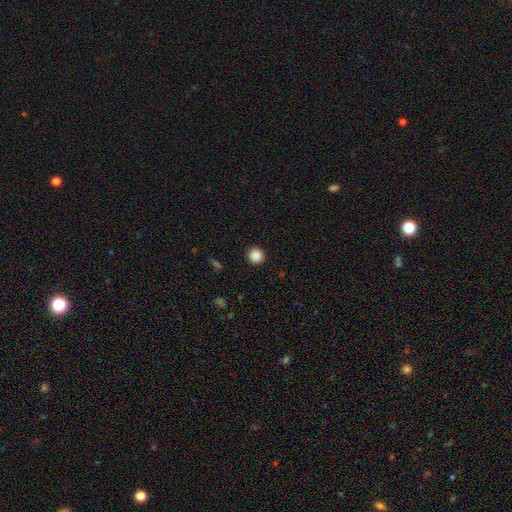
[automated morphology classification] smooth 87%, star or artifact 10%, featured or disk 3%. Down the decision tree: how rounded — round (94%); merging — none (92%).